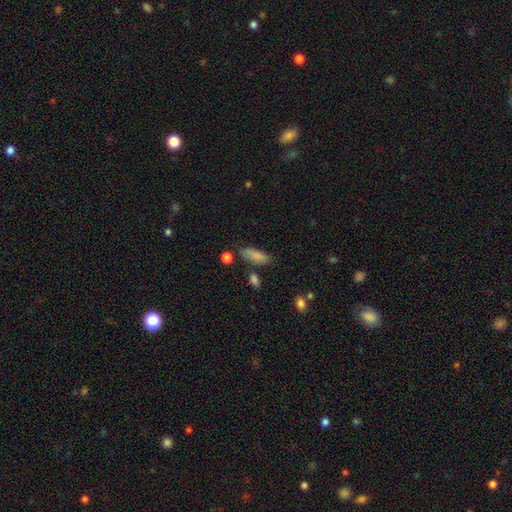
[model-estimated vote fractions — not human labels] A smooth galaxy with no disk features (85%) that is in between round and cigar-shaped (71%). Merging: none (73%).